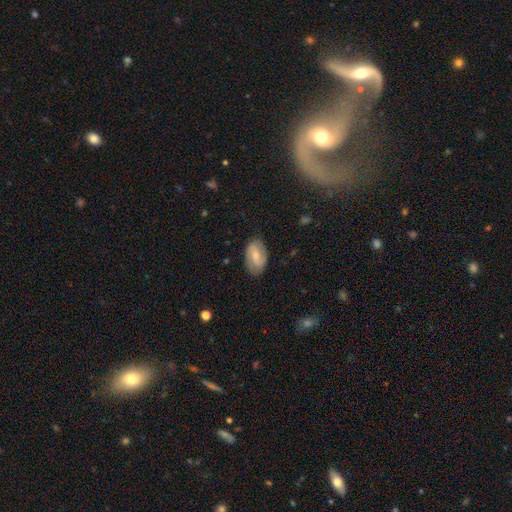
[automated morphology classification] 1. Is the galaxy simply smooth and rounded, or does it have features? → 56% featured or disk, 38% smooth, 6% star or artifact.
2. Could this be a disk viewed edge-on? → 96% no, 4% yes.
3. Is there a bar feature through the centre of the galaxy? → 50% weak, 30% no, 20% strong.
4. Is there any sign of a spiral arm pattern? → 84% yes, 16% no.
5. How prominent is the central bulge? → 49% small, 41% moderate, 6% none, 3% large, 1% dominant.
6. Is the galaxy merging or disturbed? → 81% none, 15% minor disturbance, 4% major disturbance, 1% merger.